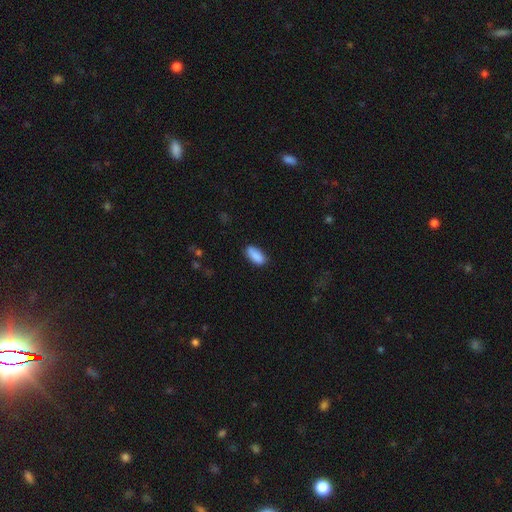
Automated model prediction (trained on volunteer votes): A smooth galaxy with no disk features (88%) that is in between round and cigar-shaped (88%).

Vote fractions:
- Smooth or featured? smooth: 88% / star or artifact: 7% / featured or disk: 6%
- How rounded? in between: 88% / cigar-shaped: 9% / round: 2%
- Merging? none: 78% / minor disturbance: 17% / major disturbance: 3% / merger: 2%